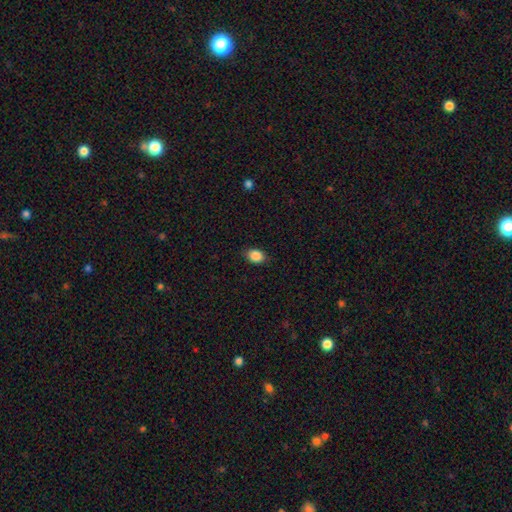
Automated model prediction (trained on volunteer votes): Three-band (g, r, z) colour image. It shows a smooth galaxy with no disk features (87%) that is in between round and cigar-shaped (62%). Merging: none (85%).